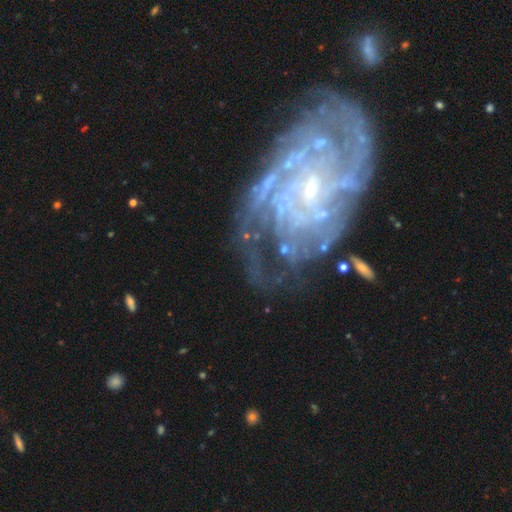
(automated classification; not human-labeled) This appears to be a featured or disk galaxy (87%) with no bar (55%), tight (66%) spiral arms (94%) and a small central bulge (72%). Merging: none (62%).